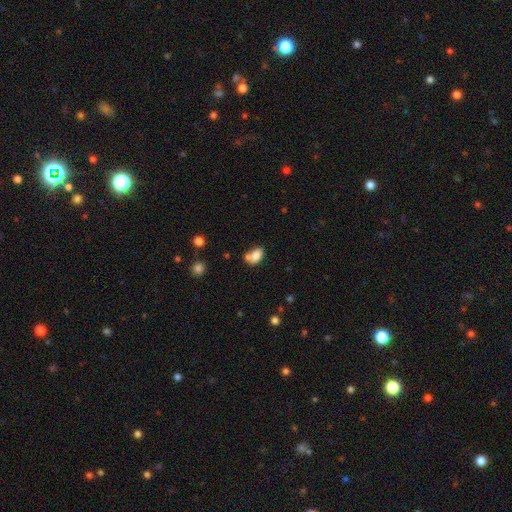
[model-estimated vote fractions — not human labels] A smooth galaxy with no disk features (81%) that is in between round and cigar-shaped (87%). Merging: none (43%).